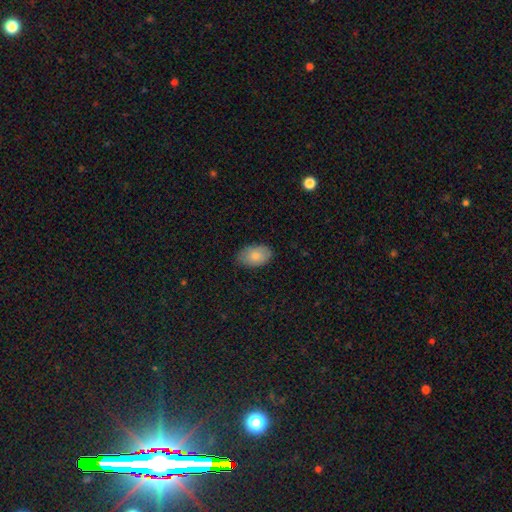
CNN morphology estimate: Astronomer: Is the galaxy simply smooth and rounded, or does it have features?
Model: smooth — 81%.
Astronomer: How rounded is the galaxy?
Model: in between — 90%.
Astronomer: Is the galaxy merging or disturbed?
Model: none — 81%.